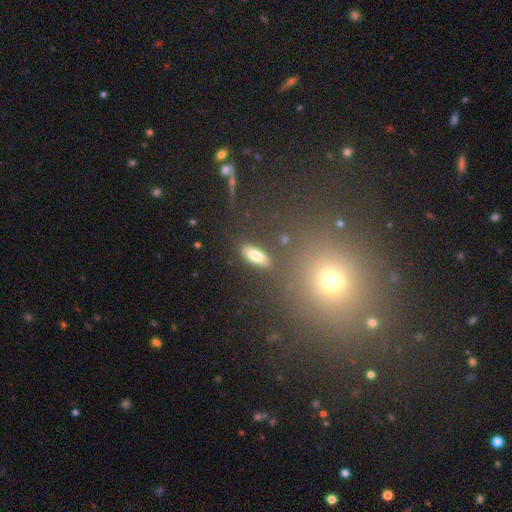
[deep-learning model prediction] Smooth or featured: smooth — 77% (featured or disk — 13%)
How rounded: in between — 77% (cigar-shaped — 19%)
Merging: none — 84% (minor disturbance — 9%)